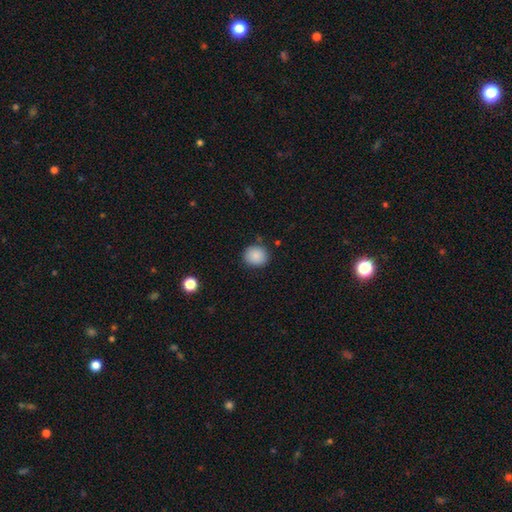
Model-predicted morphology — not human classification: This appears to be a smooth galaxy with no disk features (88%) that is round (79%). Merging: none (85%).